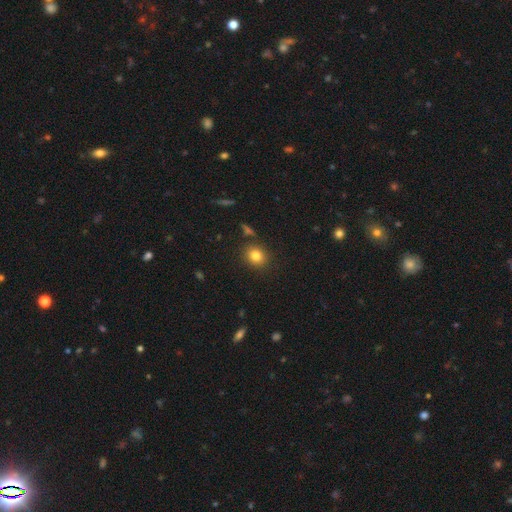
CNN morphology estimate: smooth 81%, star or artifact 12%, featured or disk 7%. Down the decision tree: how rounded — round (73%); merging — none (85%).